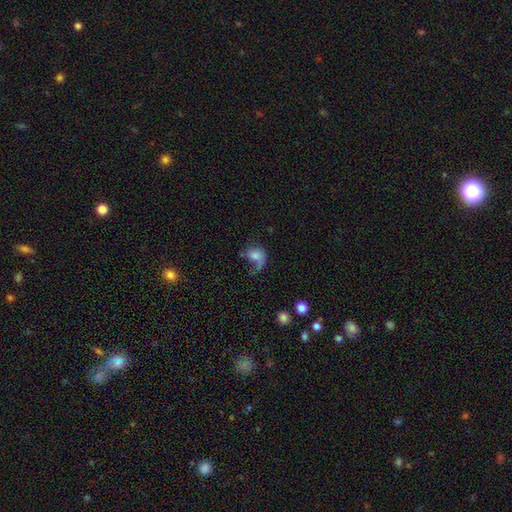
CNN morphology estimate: smooth_or_featured: smooth (p=0.56) [alt: featured or disk p=0.33]
how_rounded: in between (p=0.58) [alt: round p=0.40]
merging: major disturbance (p=0.47) [alt: none p=0.26]